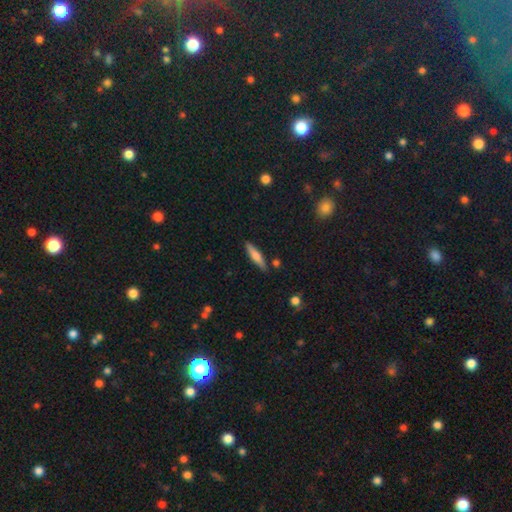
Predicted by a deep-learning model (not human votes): This appears to be a smooth galaxy with no disk features (57%) that is cigar-shaped (81%). Merging: none (85%).